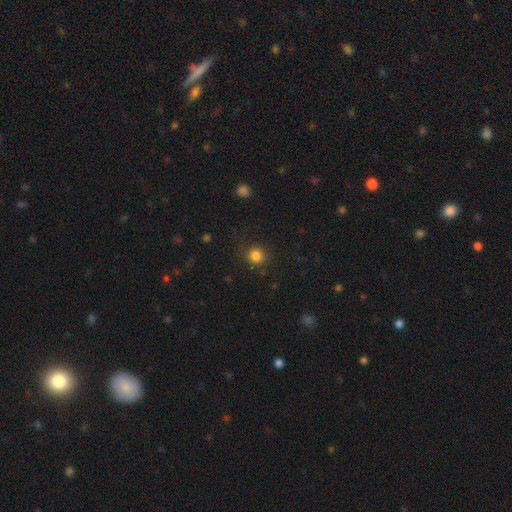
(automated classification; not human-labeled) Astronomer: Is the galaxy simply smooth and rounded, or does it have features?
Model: smooth — 83%.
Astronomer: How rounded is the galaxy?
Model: round — 90%.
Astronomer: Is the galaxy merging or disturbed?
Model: none — 86%.